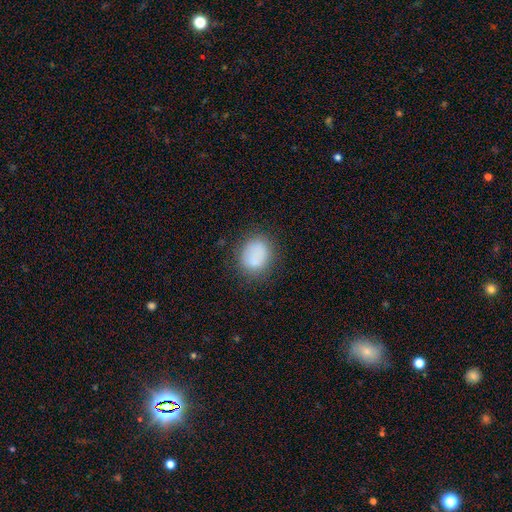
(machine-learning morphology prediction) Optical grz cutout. It shows a smooth galaxy with no disk features (81%) that is round (60%). Merging: none (73%).